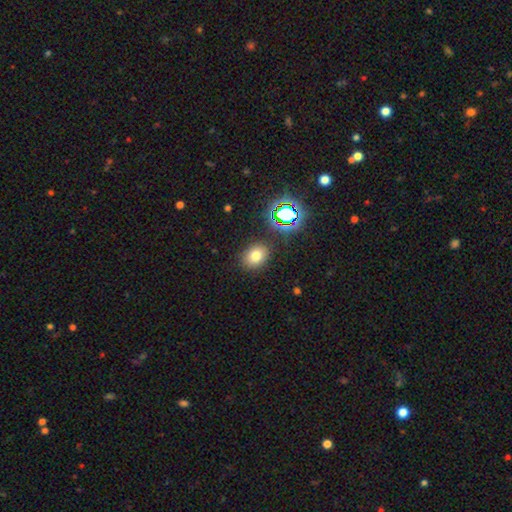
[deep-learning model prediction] The model was most divided on "how rounded": in between: 56%, round: 43%, cigar-shaped: 1%. More confident: merging — none (85%); smooth or featured — smooth (73%).